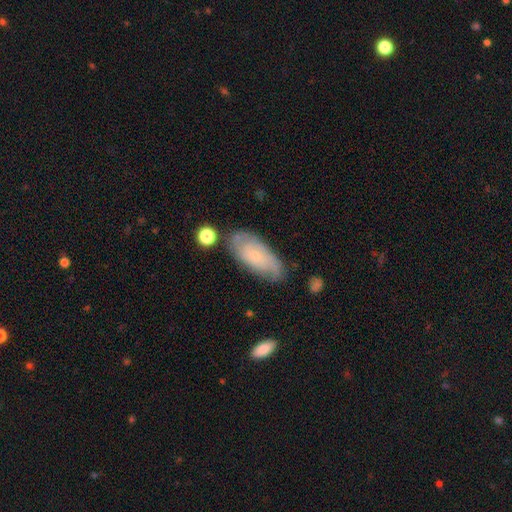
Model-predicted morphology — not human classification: Q: Smooth or featured?
A: featured or disk (47%); runner-up: smooth (46%)
Q: Merging?
A: none (69%); runner-up: minor disturbance (21%)